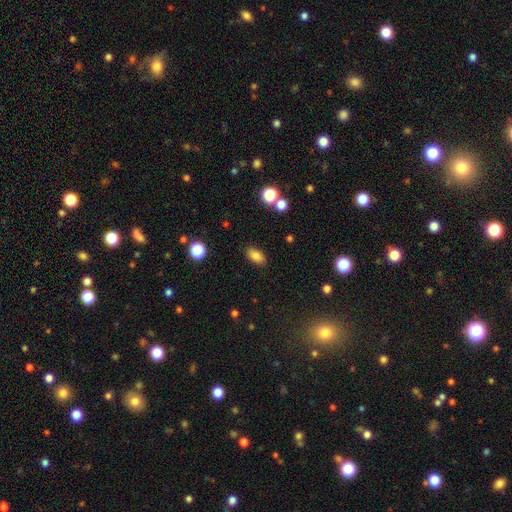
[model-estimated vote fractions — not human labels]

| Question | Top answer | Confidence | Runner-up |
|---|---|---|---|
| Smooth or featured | smooth | 83% | star or artifact (10%) |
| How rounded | in between | 89% | round (8%) |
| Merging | none | 87% | minor disturbance (8%) |